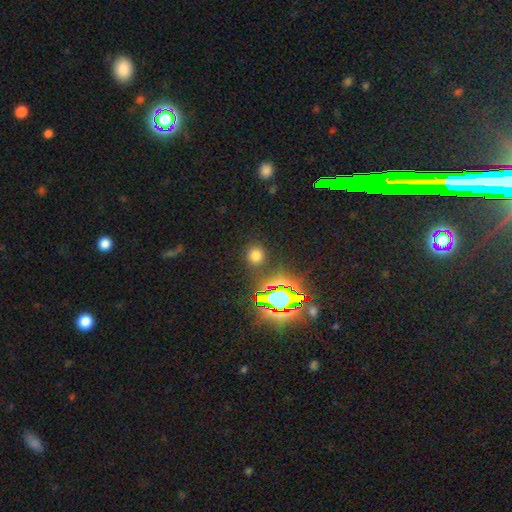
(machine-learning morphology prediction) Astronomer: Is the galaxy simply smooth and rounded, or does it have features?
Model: smooth — 67%.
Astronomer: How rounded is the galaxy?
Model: round — 84%.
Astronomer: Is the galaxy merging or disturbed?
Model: none — 88%.